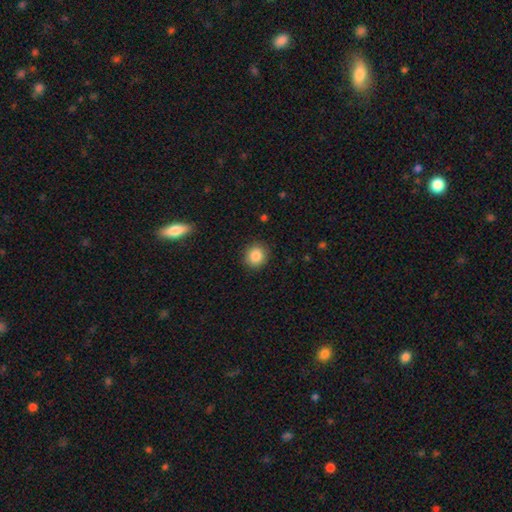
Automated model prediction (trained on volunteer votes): Morphology: type=smooth (87%); roundness=round (86%); merging=none (90%).